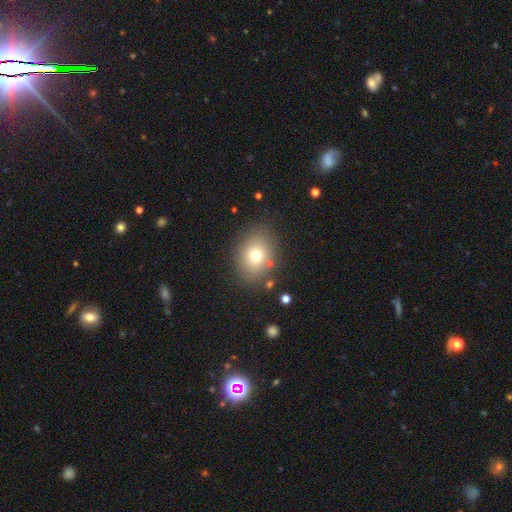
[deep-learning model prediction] smooth 73%, star or artifact 13%, featured or disk 13%. Down the decision tree: how rounded — in between (56%); merging — none (83%).